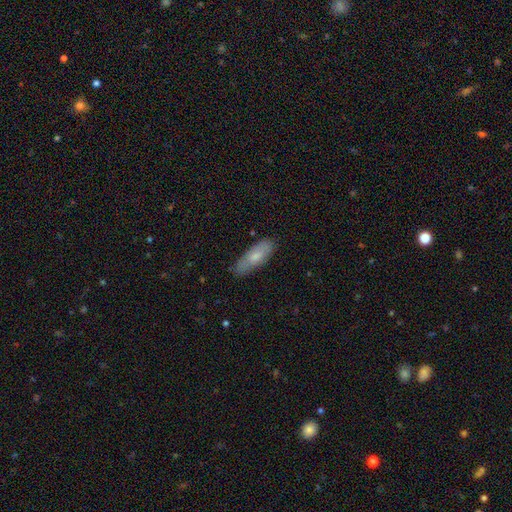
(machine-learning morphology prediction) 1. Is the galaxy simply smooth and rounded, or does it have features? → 72% smooth, 22% featured or disk, 6% star or artifact.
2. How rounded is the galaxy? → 63% in between, 35% cigar-shaped, 2% round.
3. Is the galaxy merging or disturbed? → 78% none, 17% minor disturbance, 3% major disturbance, 1% merger.